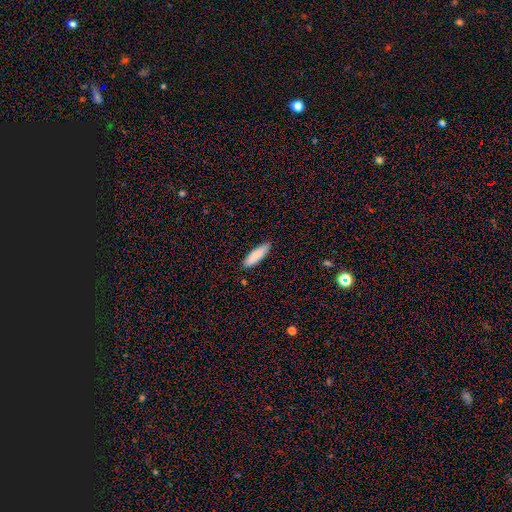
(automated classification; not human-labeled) Q: Smooth or featured?
A: smooth (85%); runner-up: featured or disk (9%)
Q: How rounded?
A: cigar-shaped (62%); runner-up: in between (36%)
Q: Merging?
A: none (88%); runner-up: minor disturbance (9%)